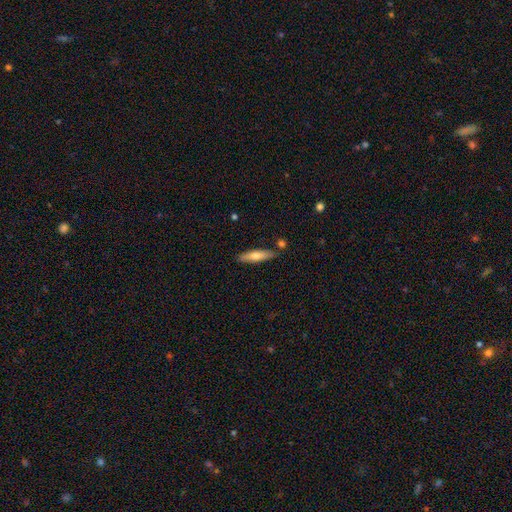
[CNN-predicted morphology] Overall: smooth (64%; featured or disk 30%). How rounded: cigar-shaped (75%). Merging: none (82%).